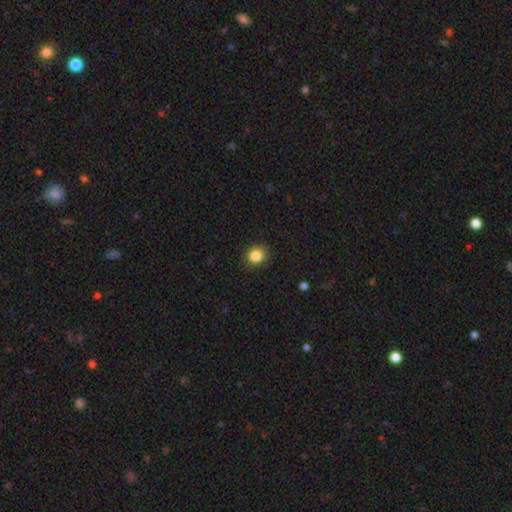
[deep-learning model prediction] A smooth galaxy with no disk features (85%) that is round (81%).

Vote fractions:
- Smooth or featured? smooth: 85% / star or artifact: 10% / featured or disk: 5%
- How rounded? round: 81% / in between: 18% / cigar-shaped: 1%
- Merging? none: 88% / minor disturbance: 9% / major disturbance: 2% / merger: 1%